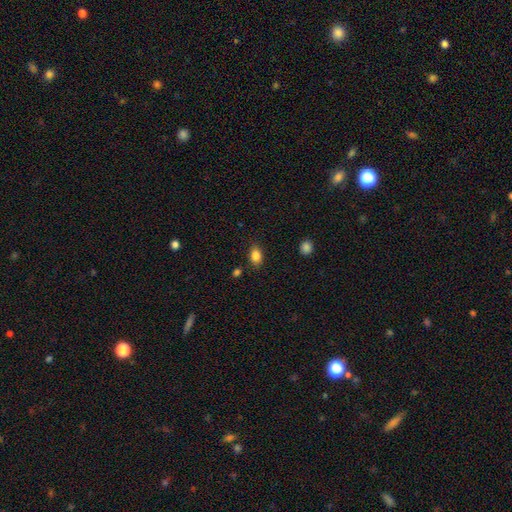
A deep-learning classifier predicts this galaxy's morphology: Smooth or featured: smooth — 85% (star or artifact — 9%)
How rounded: in between — 81% (round — 17%)
Merging: none — 82% (minor disturbance — 12%)